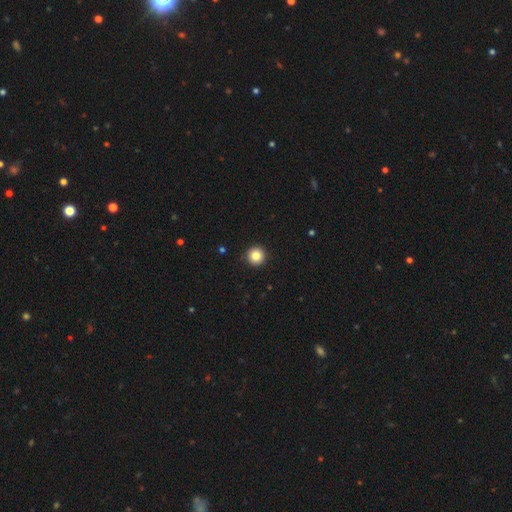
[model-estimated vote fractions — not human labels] Smooth or featured? Predicted: smooth (p=0.84). How rounded? Predicted: round (p=0.97). Merging? Predicted: none (p=0.93).